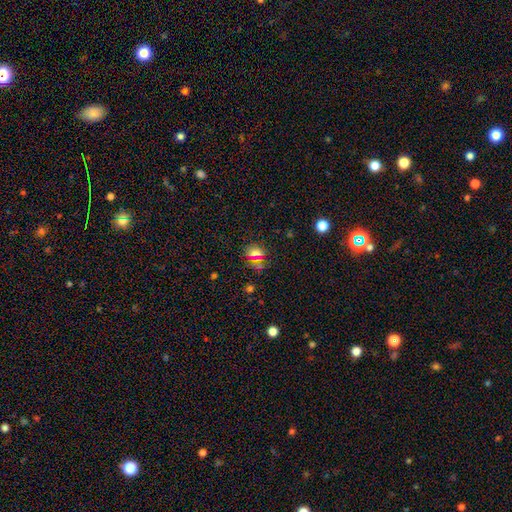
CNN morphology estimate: Overall: smooth (62%; star or artifact 27%). How rounded: round (59%; in between 38%). Merging: none (68%).